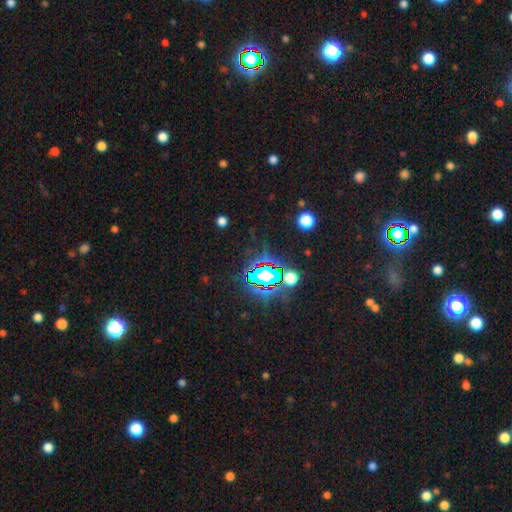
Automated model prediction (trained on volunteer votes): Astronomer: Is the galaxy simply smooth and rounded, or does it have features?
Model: star or artifact — 81%.